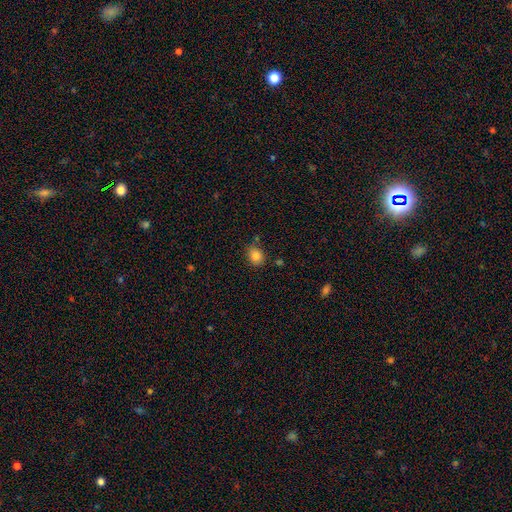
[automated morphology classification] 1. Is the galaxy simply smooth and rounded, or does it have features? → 85% smooth, 10% star or artifact, 5% featured or disk.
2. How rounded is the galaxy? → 55% round, 44% in between, 1% cigar-shaped.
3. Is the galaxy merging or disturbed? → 78% none, 14% minor disturbance, 5% merger, 3% major disturbance.